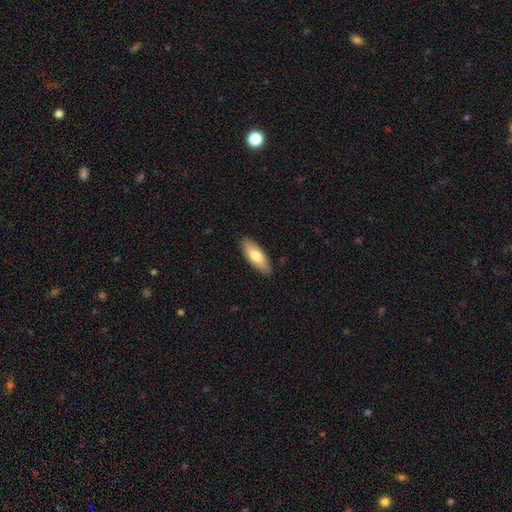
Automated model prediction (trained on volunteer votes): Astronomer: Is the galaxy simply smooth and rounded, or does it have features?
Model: smooth — 75%.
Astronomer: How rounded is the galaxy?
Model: in between — 72%.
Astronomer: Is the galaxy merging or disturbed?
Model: none — 88%.